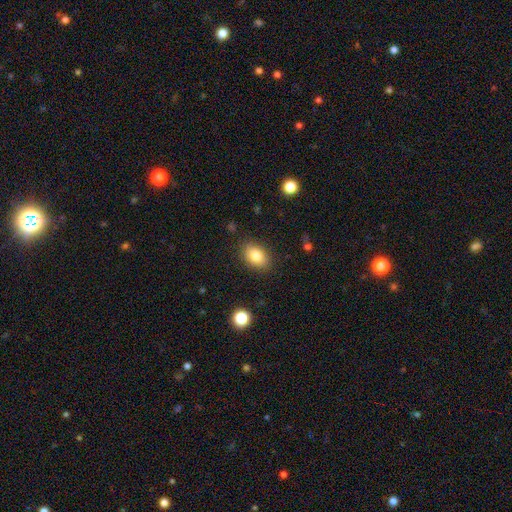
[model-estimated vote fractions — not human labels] A smooth galaxy with no disk features (82%) that is in between round and cigar-shaped (82%). Merging: none (86%).